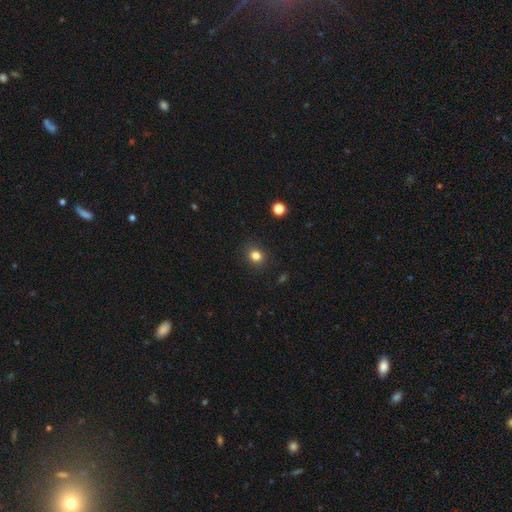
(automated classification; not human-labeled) This is clearly a smooth galaxy (83%). How rounded: likely round (76%). Merging: clearly none (89%).